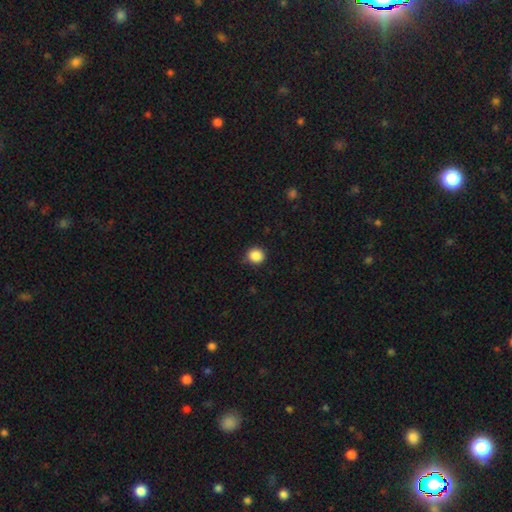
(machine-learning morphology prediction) smooth-or-featured: smooth: 87% | star or artifact: 10% | featured or disk: 3%
  how-rounded: round: 92% | in between: 7% | cigar-shaped: 1%
  merging: none: 86% | minor disturbance: 10% | major disturbance: 2% | merger: 1%